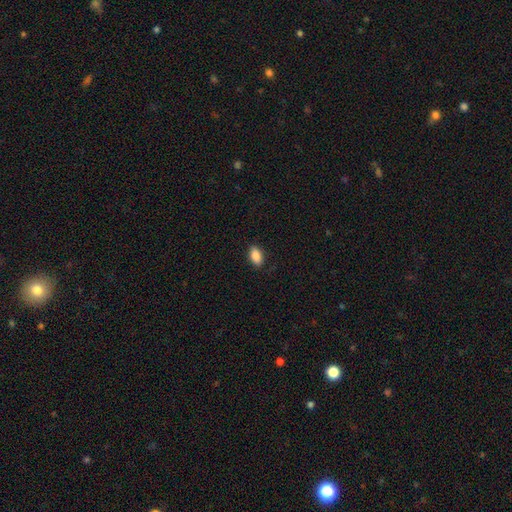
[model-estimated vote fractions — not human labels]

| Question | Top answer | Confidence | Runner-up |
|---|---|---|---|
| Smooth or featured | smooth | 87% | star or artifact (8%) |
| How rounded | in between | 89% | cigar-shaped (5%) |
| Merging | none | 86% | minor disturbance (11%) |